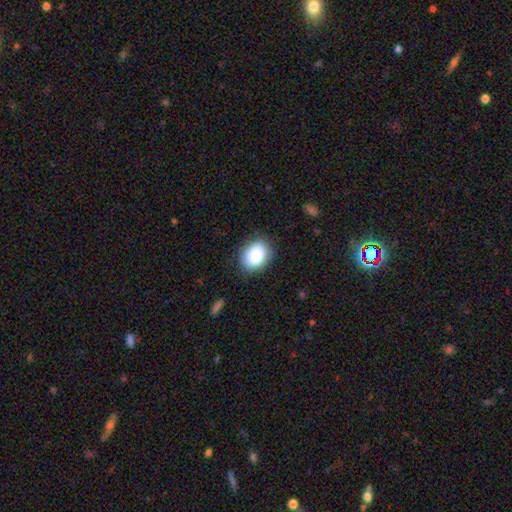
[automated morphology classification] Smooth or featured? smooth (86%)
How rounded? in between (65%)
Merging? none (84%)